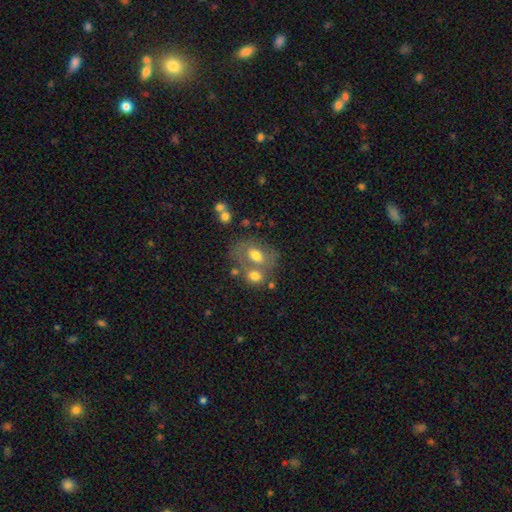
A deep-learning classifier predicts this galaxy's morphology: Smooth or featured? smooth (58%)
How rounded? in between (71%)
Merging? none (42%)